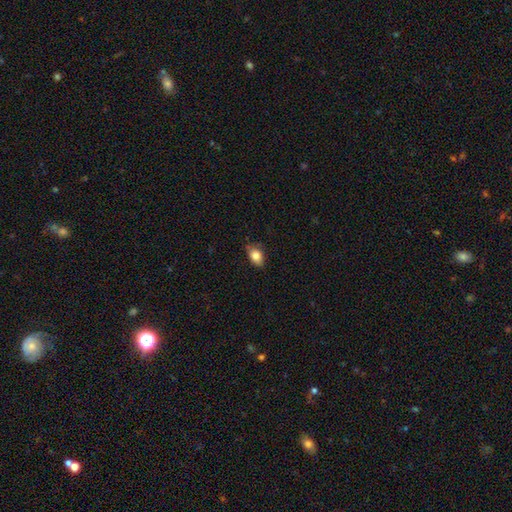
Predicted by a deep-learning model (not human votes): smooth-or-featured: smooth: 83% | featured or disk: 9% | star or artifact: 8%
  how-rounded: in between: 84% | round: 13% | cigar-shaped: 2%
  merging: none: 75% | minor disturbance: 21% | major disturbance: 3% | merger: 1%